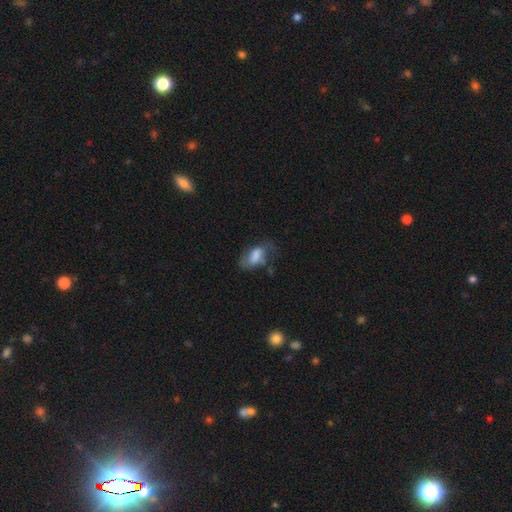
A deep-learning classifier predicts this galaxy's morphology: This is likely a smooth galaxy (66%). How rounded: clearly in between (90%). Merging: marginally none (38%).